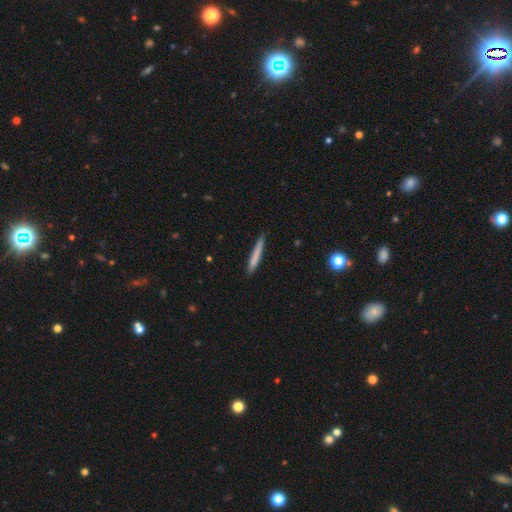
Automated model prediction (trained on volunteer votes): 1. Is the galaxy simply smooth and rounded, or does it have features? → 74% smooth, 20% featured or disk, 6% star or artifact.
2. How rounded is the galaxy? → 96% cigar-shaped, 3% in between, 1% round.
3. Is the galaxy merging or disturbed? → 87% none, 10% minor disturbance, 2% major disturbance, 1% merger.